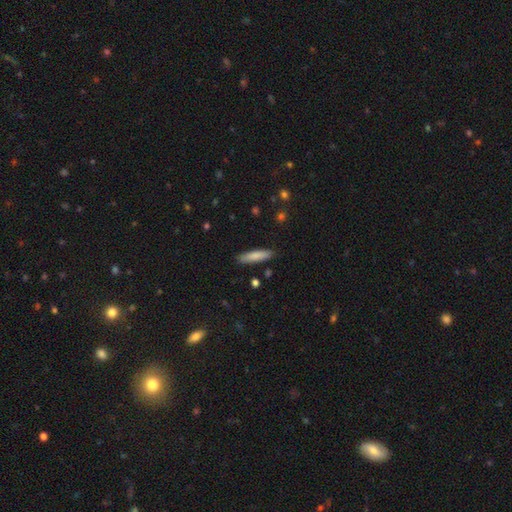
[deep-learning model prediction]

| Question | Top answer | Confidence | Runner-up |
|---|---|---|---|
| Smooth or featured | smooth | 82% | featured or disk (12%) |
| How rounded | cigar-shaped | 78% | in between (20%) |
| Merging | none | 88% | minor disturbance (9%) |